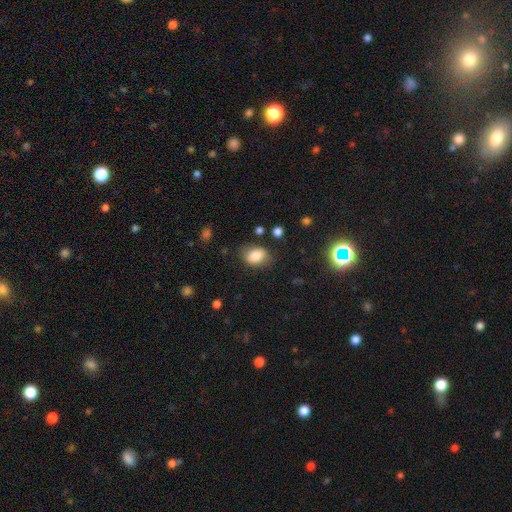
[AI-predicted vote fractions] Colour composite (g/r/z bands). It shows a smooth galaxy with no disk features (81%) that is in between round and cigar-shaped (68%). Merging: none (71%).